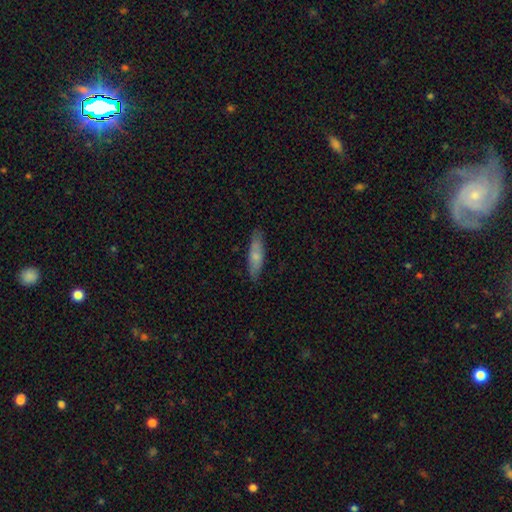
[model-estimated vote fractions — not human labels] smooth_or_featured: smooth (p=0.68) [alt: featured or disk p=0.26]
how_rounded: cigar-shaped (p=0.68) [alt: in between p=0.31]
merging: none (p=0.84) [alt: minor disturbance p=0.13]